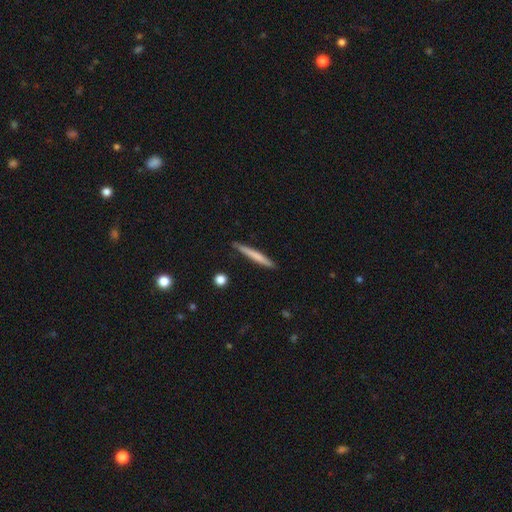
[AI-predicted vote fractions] Morphology: type=smooth (63%); roundness=cigar-shaped (96%); merging=none (88%).